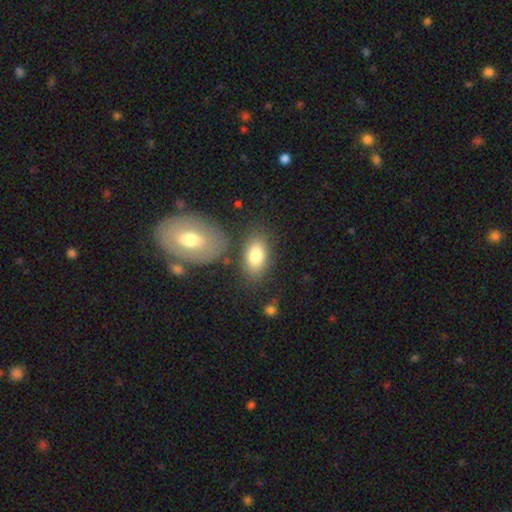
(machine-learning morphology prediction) Smooth or featured: smooth — 80% (featured or disk — 13%)
How rounded: in between — 90% (round — 7%)
Merging: none — 74% (minor disturbance — 13%)